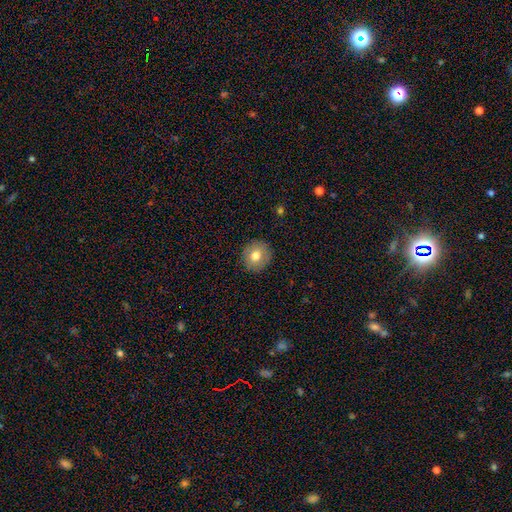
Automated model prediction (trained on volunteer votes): The model was most divided on "smooth or featured": smooth: 75%, featured or disk: 17%, star or artifact: 9%. More confident: merging — none (89%); how rounded — round (88%).